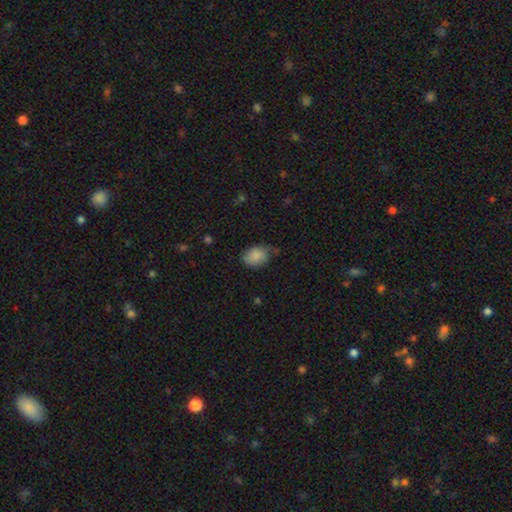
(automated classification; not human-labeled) Overall: smooth (83%). How rounded: in between (70%). Merging: none (55%; minor disturbance 35%).